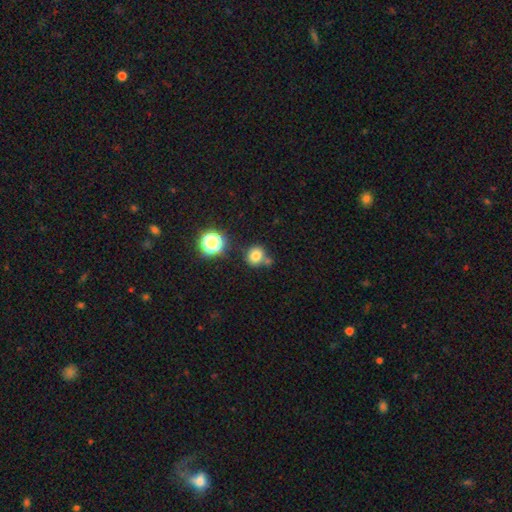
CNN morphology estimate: smooth-or-featured: smooth: 78% | star or artifact: 15% | featured or disk: 7%
  how-rounded: round: 84% | in between: 15% | cigar-shaped: 1%
  merging: none: 68% | merger: 16% | minor disturbance: 12% | major disturbance: 4%